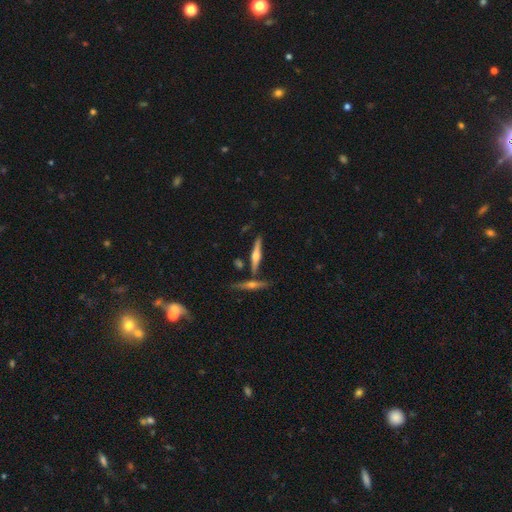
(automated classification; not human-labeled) Smooth or featured? featured or disk (71%)
Edge-on disk? yes (97%)
Edge-on bulge? rounded (92%)
Merging? none (76%)